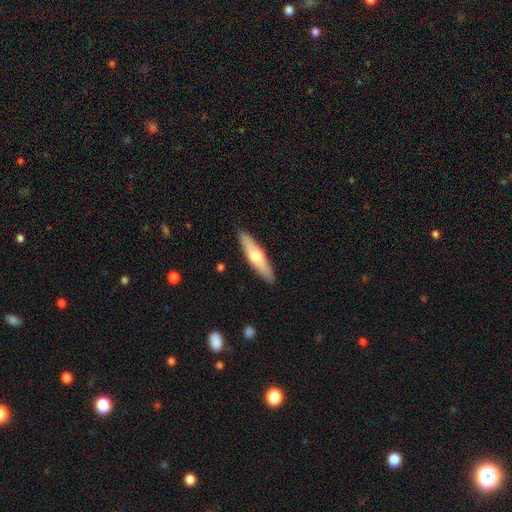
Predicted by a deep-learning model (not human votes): Overall: smooth (53%; featured or disk 42%). How rounded: cigar-shaped (76%). Merging: none (90%).